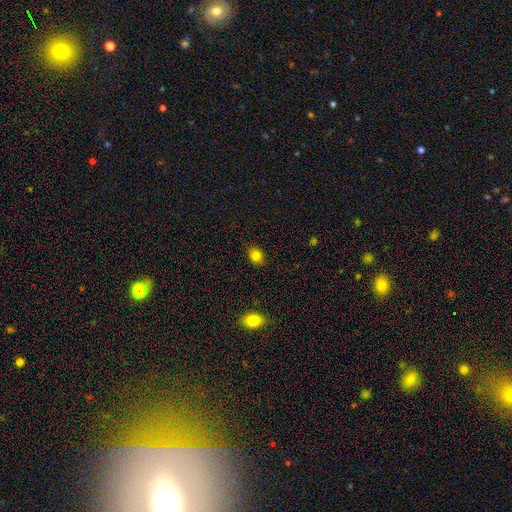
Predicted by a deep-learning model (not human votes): Smooth or featured: smooth — 83% (star or artifact — 11%)
How rounded: in between — 54% (round — 45%)
Merging: none — 87% (minor disturbance — 10%)